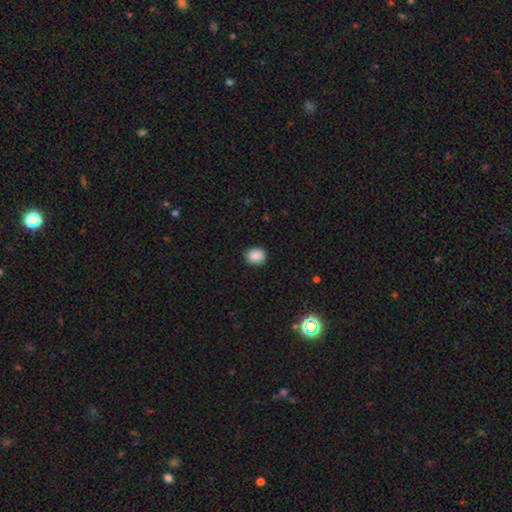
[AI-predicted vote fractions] smooth 88%, star or artifact 9%, featured or disk 3%. Down the decision tree: how rounded — round (64%); merging — none (89%).